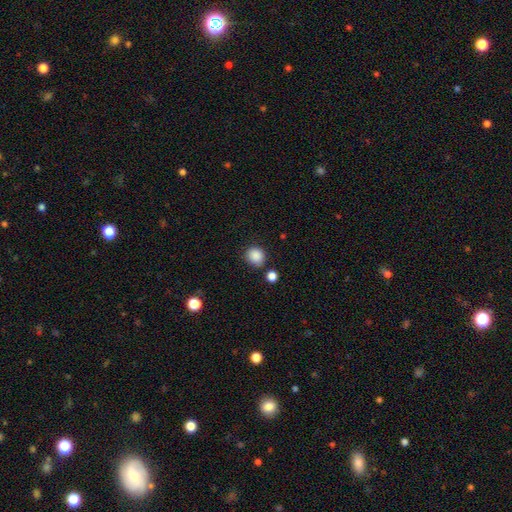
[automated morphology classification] Overall: smooth (87%). How rounded: round (84%). Merging: none (81%).